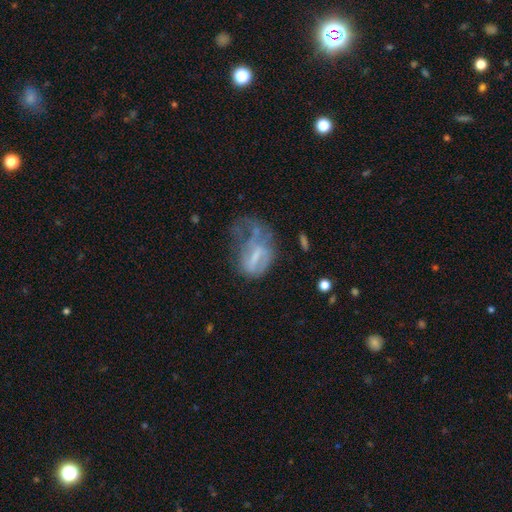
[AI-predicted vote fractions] Overall: featured or disk (51%; smooth 37%). Edge-on disk: no (95%). Merging: major disturbance (50%; minor disturbance 22%).